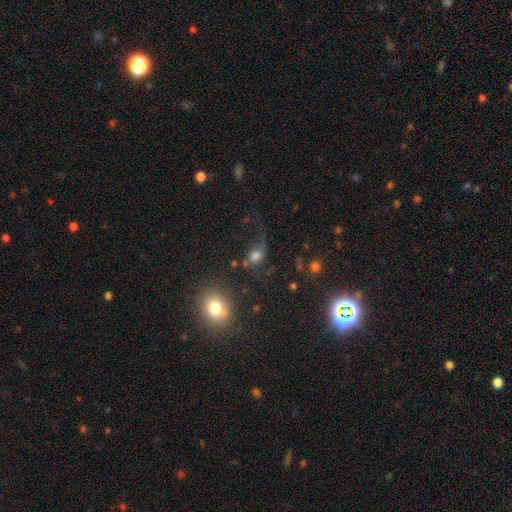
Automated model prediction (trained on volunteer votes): The model was most divided on "how rounded": in between: 50%, round: 47%, cigar-shaped: 3%. Remaining: smooth or featured — smooth (53%); merging — major disturbance (38%).